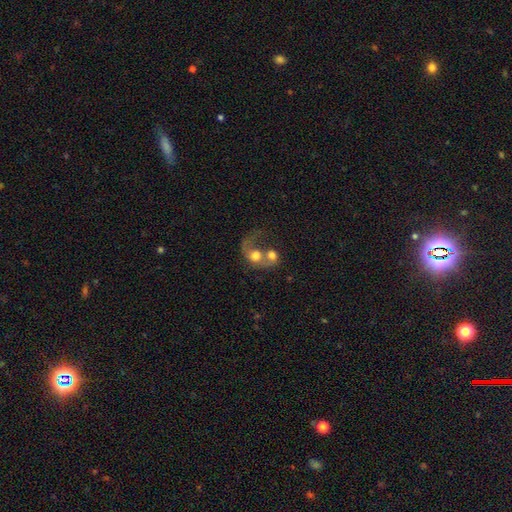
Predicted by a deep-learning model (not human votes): Smooth or featured? smooth (48%)
Merging? merger (73%)